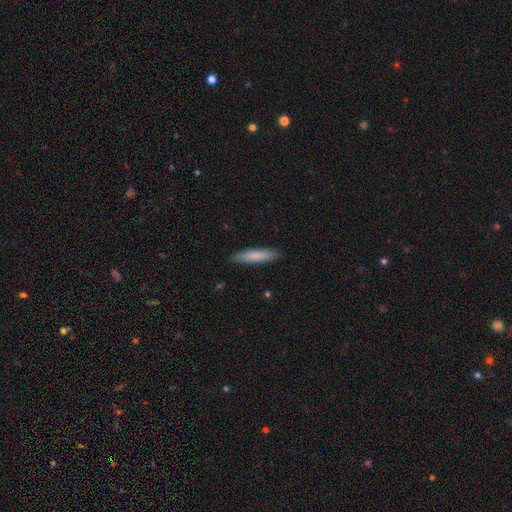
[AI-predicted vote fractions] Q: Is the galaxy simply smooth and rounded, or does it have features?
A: smooth — 81%.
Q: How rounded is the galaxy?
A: cigar-shaped — 84%.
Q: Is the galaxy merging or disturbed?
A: none — 89%.